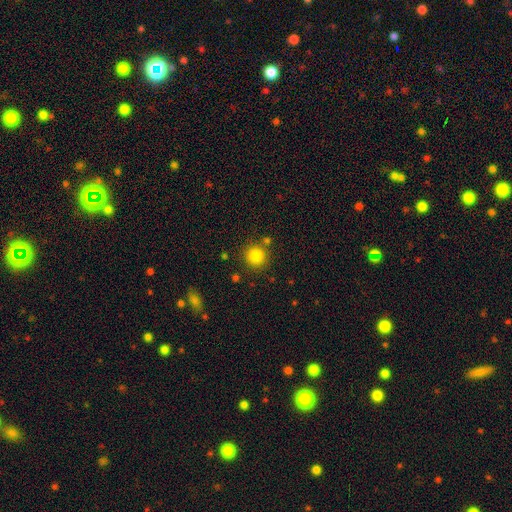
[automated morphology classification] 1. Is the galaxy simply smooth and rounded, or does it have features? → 84% smooth, 11% star or artifact, 5% featured or disk.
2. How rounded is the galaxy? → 93% round, 6% in between, 1% cigar-shaped.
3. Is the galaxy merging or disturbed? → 83% none, 8% minor disturbance, 6% merger, 3% major disturbance.